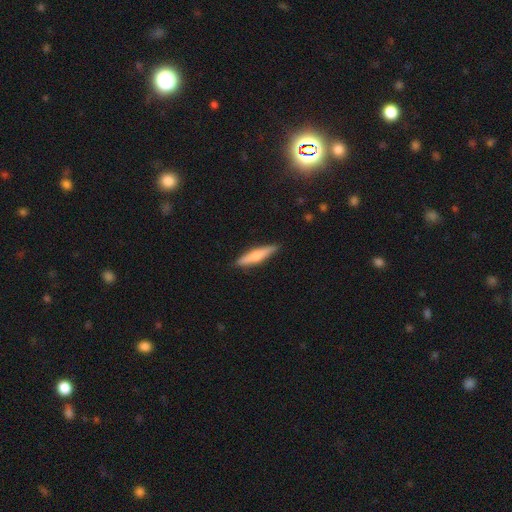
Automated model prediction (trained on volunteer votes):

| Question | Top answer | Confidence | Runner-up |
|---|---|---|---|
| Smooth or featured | smooth | 58% | featured or disk (36%) |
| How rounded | cigar-shaped | 82% | in between (16%) |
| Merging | none | 89% | minor disturbance (9%) |